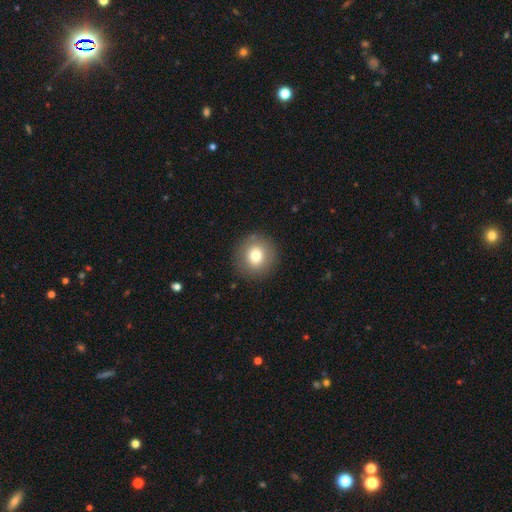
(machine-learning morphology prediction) Smooth or featured?
  - smooth: 77% *
  - featured or disk: 13%
  - star or artifact: 11%
How rounded?
  - round: 92% *
  - in between: 7%
  - cigar-shaped: 1%
Merging?
  - none: 89% *
  - minor disturbance: 7%
  - major disturbance: 3%
  - merger: 1%